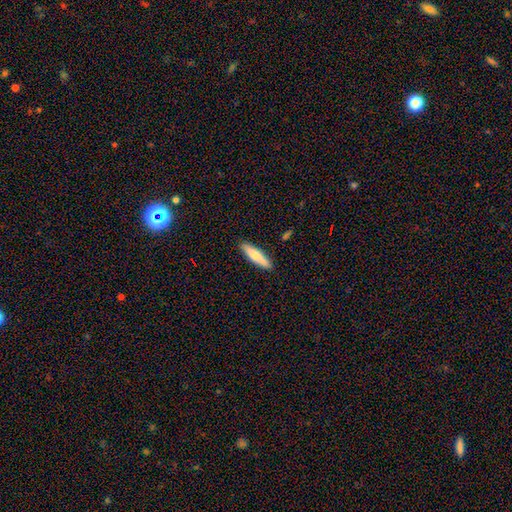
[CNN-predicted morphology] A smooth galaxy with no disk features (75%) that is cigar-shaped (77%). Merging: none (90%).